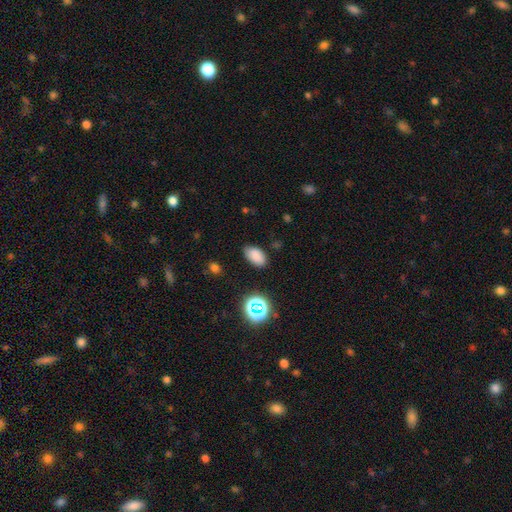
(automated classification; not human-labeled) Smooth or featured? Predicted: smooth (p=0.82). How rounded? Predicted: in between (p=0.92). Merging? Predicted: none (p=0.82).